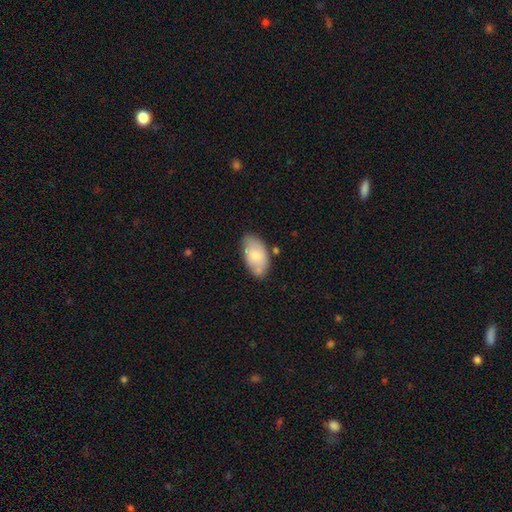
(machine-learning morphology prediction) This is likely a smooth galaxy (74%). How rounded: clearly in between (94%). Merging: likely none (63%).